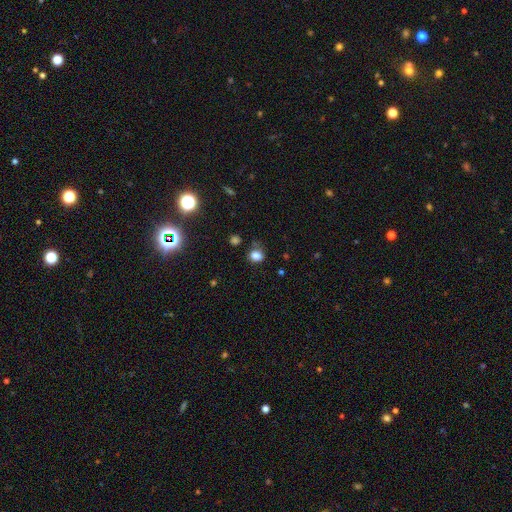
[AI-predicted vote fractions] Smooth or featured: smooth — 80% (star or artifact — 14%)
How rounded: round — 62% (in between — 37%)
Merging: none — 65% (minor disturbance — 22%)